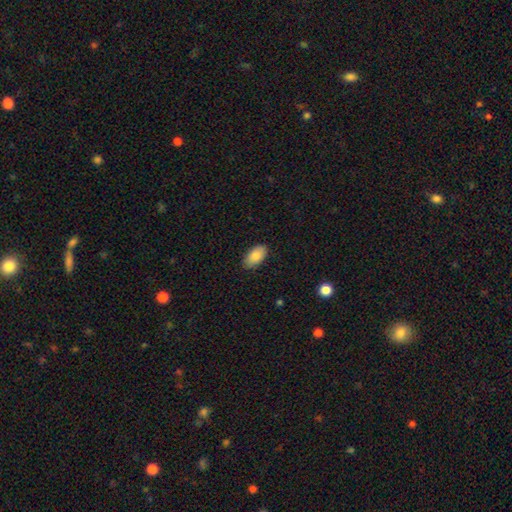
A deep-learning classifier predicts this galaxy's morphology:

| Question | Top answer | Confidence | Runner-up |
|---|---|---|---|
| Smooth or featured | smooth | 84% | featured or disk (9%) |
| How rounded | in between | 95% | round (3%) |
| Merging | none | 87% | minor disturbance (10%) |